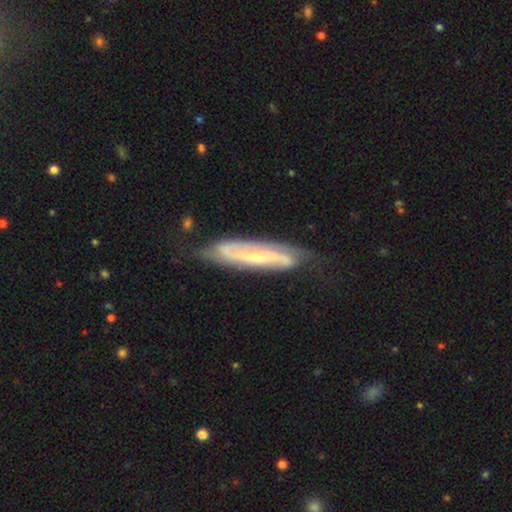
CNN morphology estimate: type=featured or disk (79%); edge-on=no (74%); bar=strong (37%); spiral arms=yes (92%); winding=medium (40%); arm count=2 (74%); bulge=small (68%); merging=none (68%).